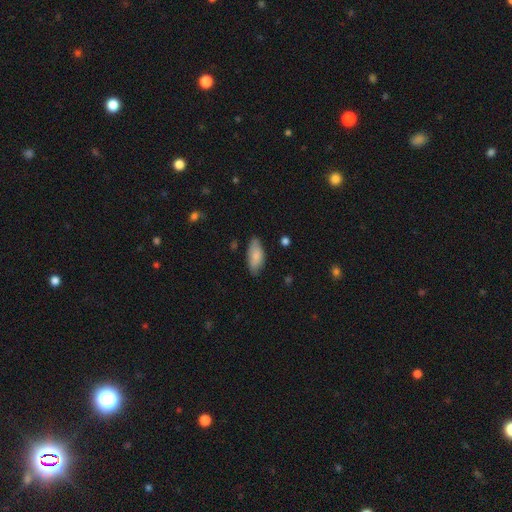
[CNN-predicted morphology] The model was most divided on "merging": none: 76%, minor disturbance: 20%, major disturbance: 3%, merger: 1%. More confident: how rounded — in between (86%); smooth or featured — smooth (81%).